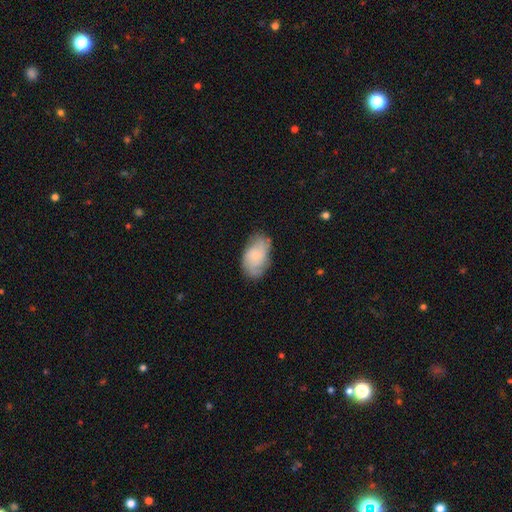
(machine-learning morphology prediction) A featured or disk galaxy (52%).

Vote fractions:
- Smooth or featured? featured or disk: 52% / smooth: 41% / star or artifact: 7%
- Edge-on disk? no: 96% / yes: 4%
- Merging? none: 70% / minor disturbance: 22% / major disturbance: 6% / merger: 1%